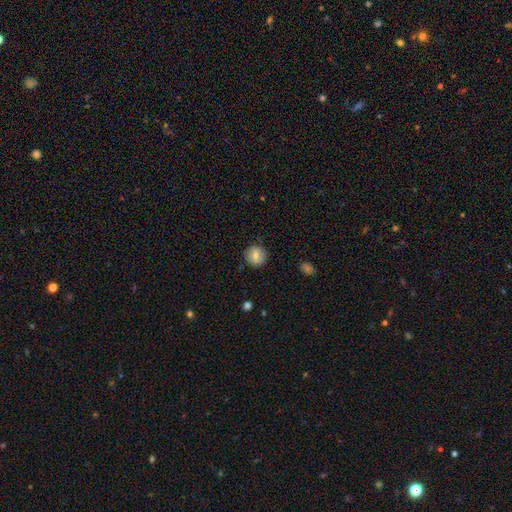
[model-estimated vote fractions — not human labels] A smooth galaxy with no disk features (73%) that is round (91%).

Vote fractions:
- Smooth or featured? smooth: 73% / featured or disk: 18% / star or artifact: 9%
- How rounded? round: 91% / in between: 8% / cigar-shaped: 1%
- Merging? none: 87% / minor disturbance: 9% / major disturbance: 2% / merger: 1%